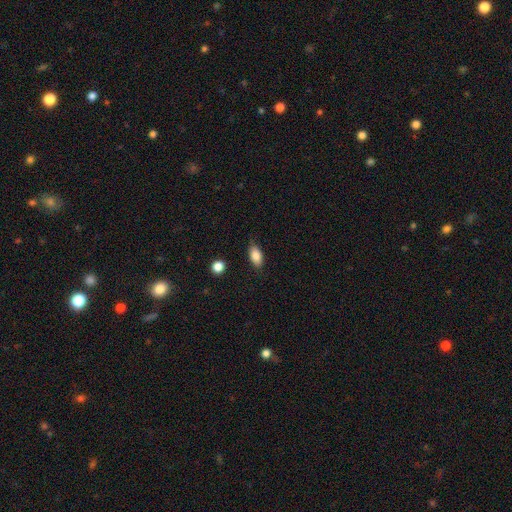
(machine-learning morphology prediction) smooth_or_featured: smooth (p=0.85) [alt: star or artifact p=0.08]
how_rounded: in between (p=0.90) [alt: round p=0.05]
merging: none (p=0.82) [alt: minor disturbance p=0.14]